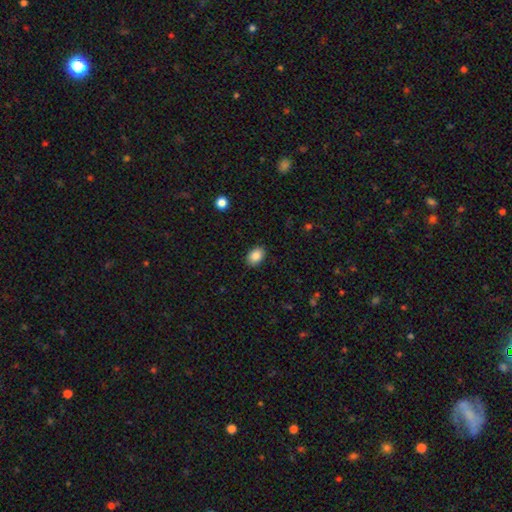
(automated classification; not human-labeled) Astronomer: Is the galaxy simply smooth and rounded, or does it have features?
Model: smooth — 87%.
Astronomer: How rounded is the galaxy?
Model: in between — 81%.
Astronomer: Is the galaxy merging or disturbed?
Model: none — 88%.